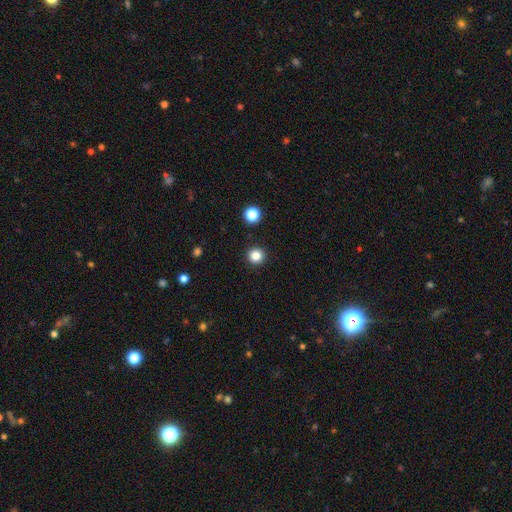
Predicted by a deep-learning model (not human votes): A smooth galaxy with no disk features (84%) that is round (95%). Merging: none (93%).